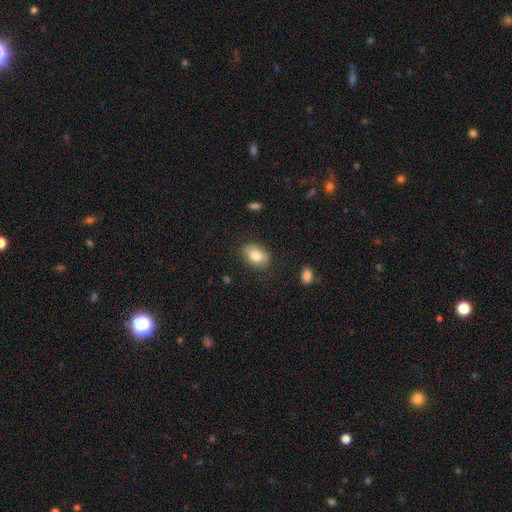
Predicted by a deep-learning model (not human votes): A smooth galaxy with no disk features (81%) that is in between round and cigar-shaped (82%).

Vote fractions:
- Smooth or featured? smooth: 81% / featured or disk: 12% / star or artifact: 8%
- How rounded? in between: 82% / round: 17% / cigar-shaped: 1%
- Merging? none: 82% / minor disturbance: 13% / major disturbance: 3% / merger: 1%